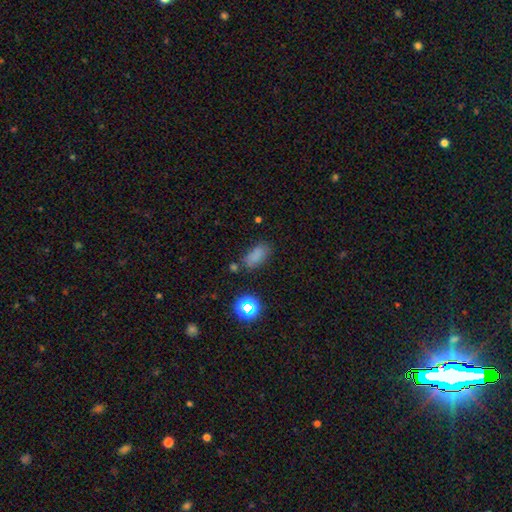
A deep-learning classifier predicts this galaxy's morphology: Q: Smooth or featured?
A: smooth (76%); runner-up: star or artifact (17%)
Q: How rounded?
A: in between (86%); runner-up: cigar-shaped (8%)
Q: Merging?
A: none (69%); runner-up: minor disturbance (18%)